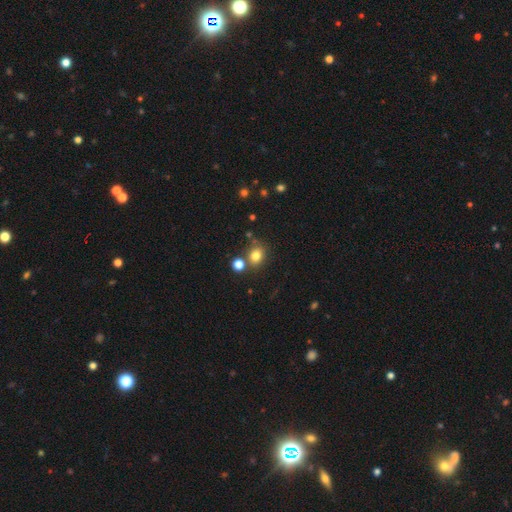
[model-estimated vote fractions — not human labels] Smooth or featured?
  - smooth: 80% *
  - star or artifact: 13%
  - featured or disk: 7%
How rounded?
  - round: 65% *
  - in between: 34%
  - cigar-shaped: 1%
Merging?
  - none: 70% *
  - merger: 15%
  - minor disturbance: 11%
  - major disturbance: 4%